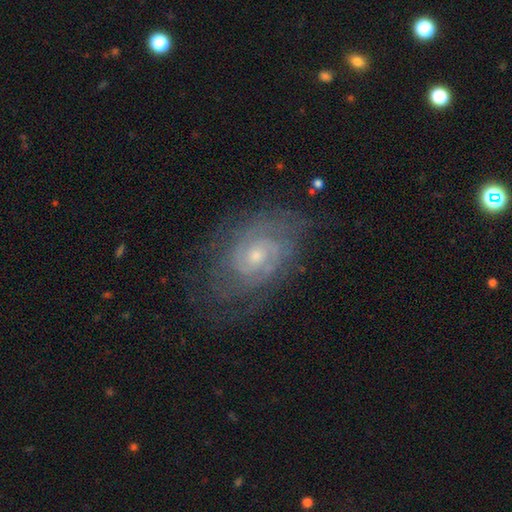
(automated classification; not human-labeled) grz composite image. It shows a featured or disk galaxy (87%) with no bar (67%), 2 (59%) tight (69%) spiral arms (97%) and a small central bulge (55%). Merging: none (73%).